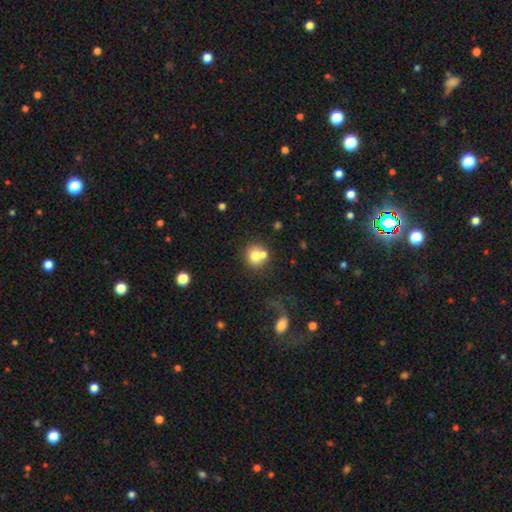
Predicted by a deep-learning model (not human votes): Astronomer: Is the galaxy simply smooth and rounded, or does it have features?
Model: smooth — 71%.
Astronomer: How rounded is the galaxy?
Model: round — 82%.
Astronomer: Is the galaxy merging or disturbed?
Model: none — 46% (runner-up: merger, 40%).